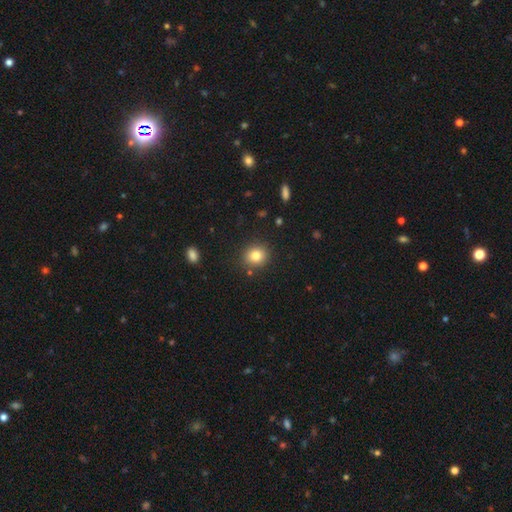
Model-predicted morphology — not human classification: This appears to be a smooth galaxy with no disk features (81%) that is round (78%). Merging: none (87%).